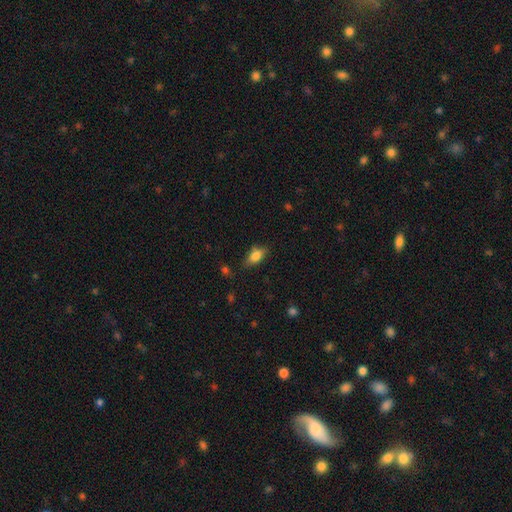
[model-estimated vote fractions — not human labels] The model was most divided on "merging": none: 72%, minor disturbance: 21%, major disturbance: 5%, merger: 2%. More confident: how rounded — in between (84%); smooth or featured — smooth (80%).